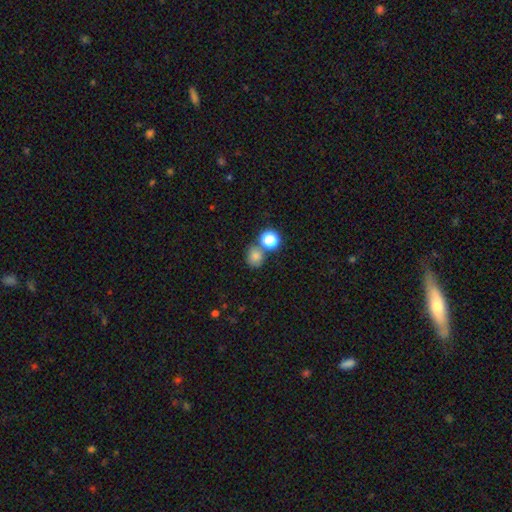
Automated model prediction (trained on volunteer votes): Smooth or featured? smooth (78%)
How rounded? round (75%)
Merging? none (63%)